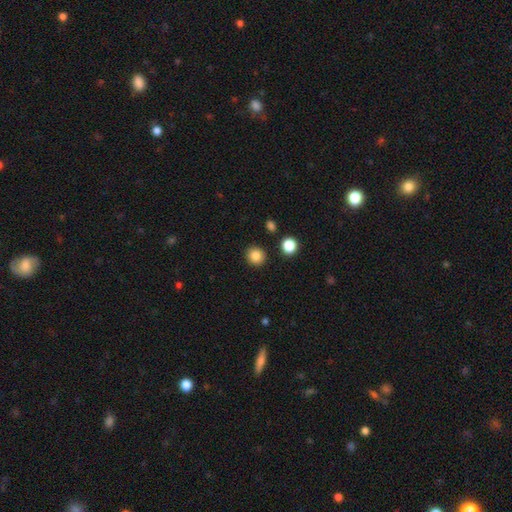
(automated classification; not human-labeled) Smooth or featured?
  - smooth: 85% *
  - star or artifact: 10%
  - featured or disk: 5%
How rounded?
  - round: 91% *
  - in between: 8%
  - cigar-shaped: 1%
Merging?
  - none: 91% *
  - minor disturbance: 5%
  - merger: 2%
  - major disturbance: 2%